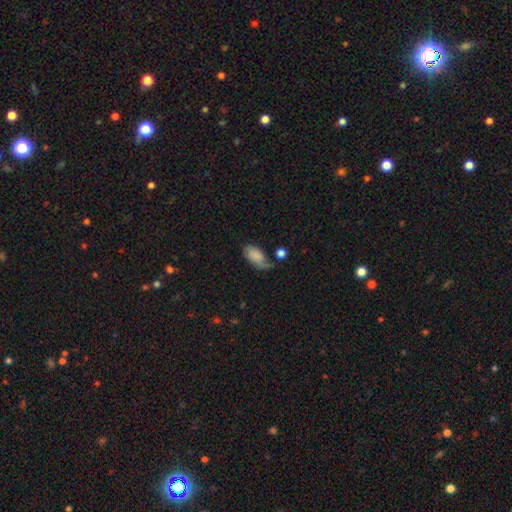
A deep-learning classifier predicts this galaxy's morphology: This appears to be a smooth galaxy with no disk features (70%) that is in between round and cigar-shaped (93%). Merging: none (36%).